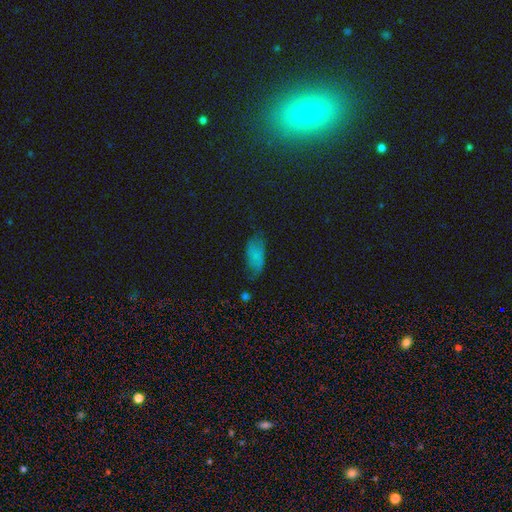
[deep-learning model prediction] The model was most divided on "merging": none: 53%, minor disturbance: 32%, major disturbance: 12%, merger: 3%. More confident: how rounded — in between (90%); smooth or featured — smooth (68%).